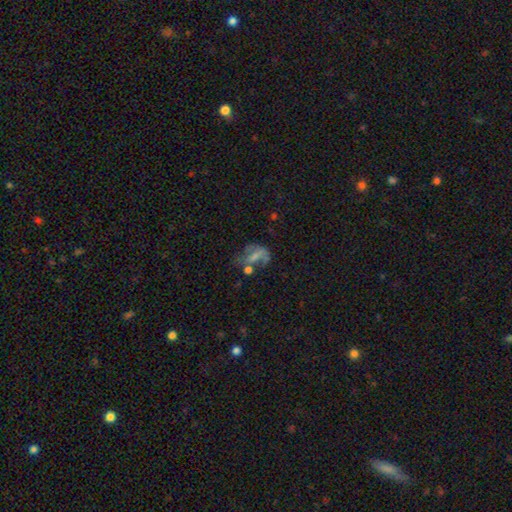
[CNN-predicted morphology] Smooth or featured: featured or disk — 44% (smooth — 42%)
Merging: major disturbance — 35% (none — 25%)